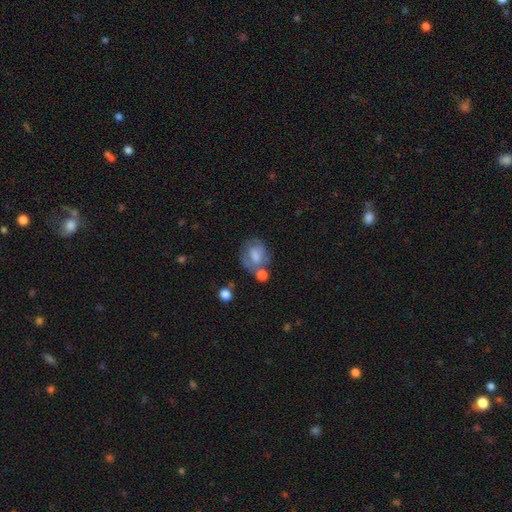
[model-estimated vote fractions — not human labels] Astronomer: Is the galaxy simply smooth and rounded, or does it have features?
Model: smooth — 57% (runner-up: featured or disk, 33%).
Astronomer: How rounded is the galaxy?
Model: in between — 58% (runner-up: round, 40%).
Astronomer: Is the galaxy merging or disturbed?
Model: none — 44% (runner-up: minor disturbance, 22%).